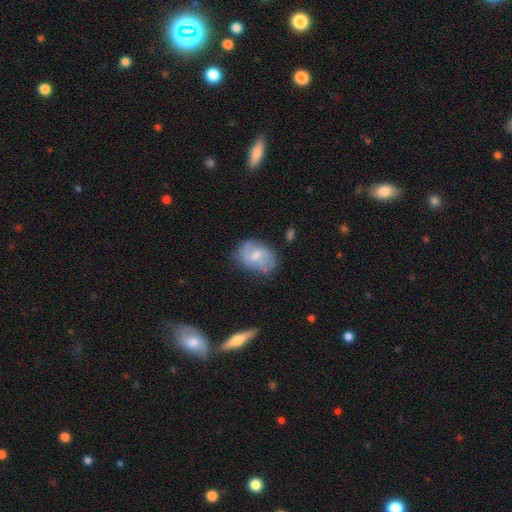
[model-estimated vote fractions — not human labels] The model was most divided on "smooth or featured": featured or disk: 48%, smooth: 45%, star or artifact: 7%. More confident: merging — none (61%).